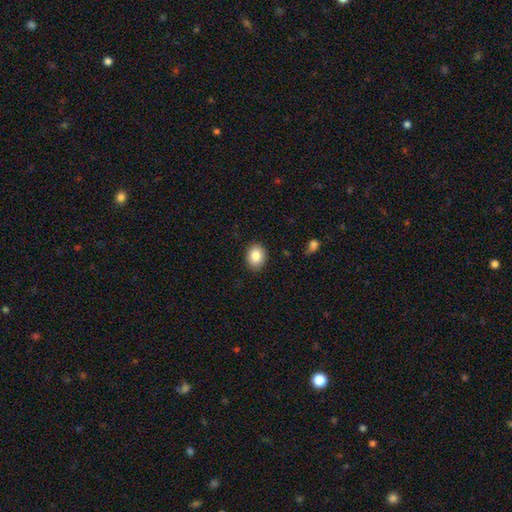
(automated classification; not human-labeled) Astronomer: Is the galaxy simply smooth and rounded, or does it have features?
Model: smooth — 85%.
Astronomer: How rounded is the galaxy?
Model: round — 51% (runner-up: in between, 48%).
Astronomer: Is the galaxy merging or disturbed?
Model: none — 88%.